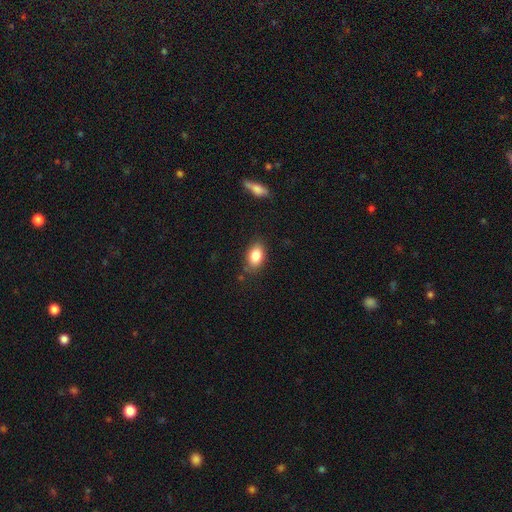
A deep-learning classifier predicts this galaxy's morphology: This is clearly a smooth galaxy (84%). How rounded: clearly in between (86%). Merging: clearly none (80%).